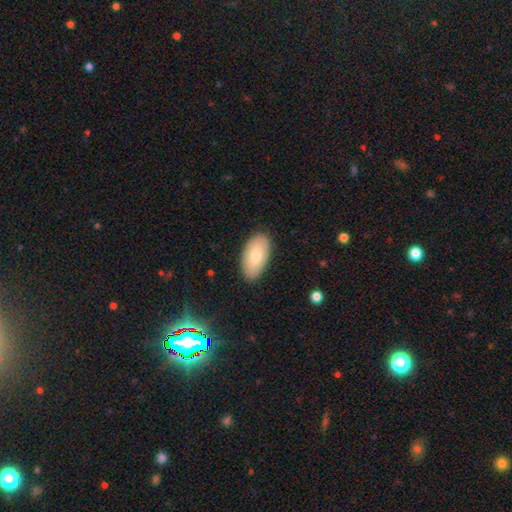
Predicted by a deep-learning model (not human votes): This appears to be a smooth galaxy with no disk features (81%) that is in between round and cigar-shaped (95%). Merging: none (87%).